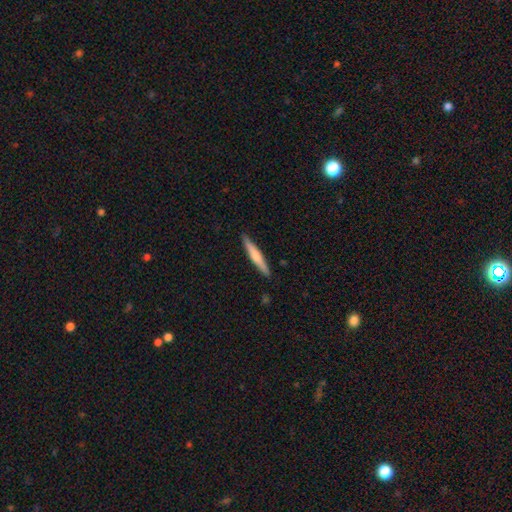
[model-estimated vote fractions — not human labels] This is possibly a smooth galaxy (57%). How rounded: clearly cigar-shaped (94%). Merging: clearly none (90%).